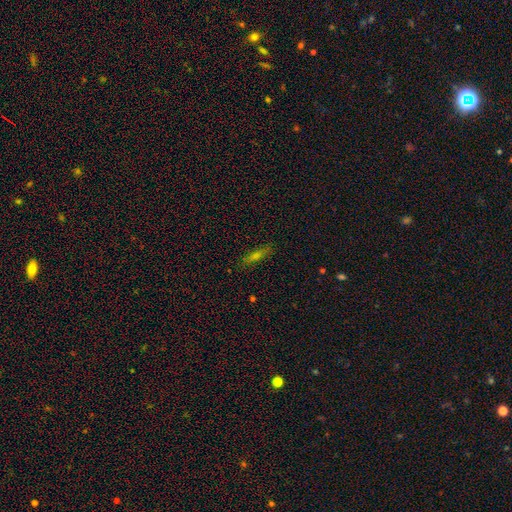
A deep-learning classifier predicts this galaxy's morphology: smooth-or-featured: smooth: 45% | featured or disk: 36% | star or artifact: 18%
  merging: none: 87% | minor disturbance: 9% | major disturbance: 2% | merger: 1%